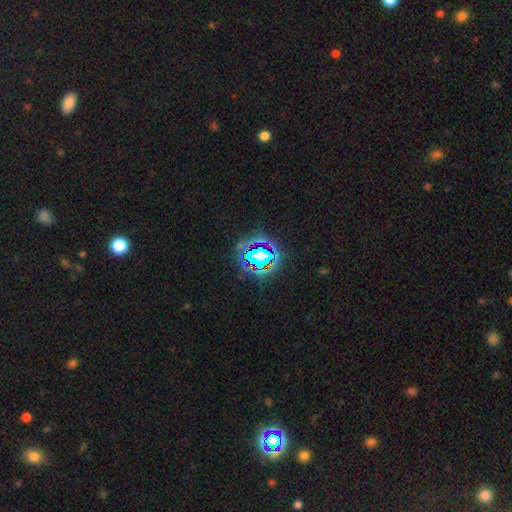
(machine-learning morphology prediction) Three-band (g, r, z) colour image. It shows a star or artifact, not a galaxy (69%).